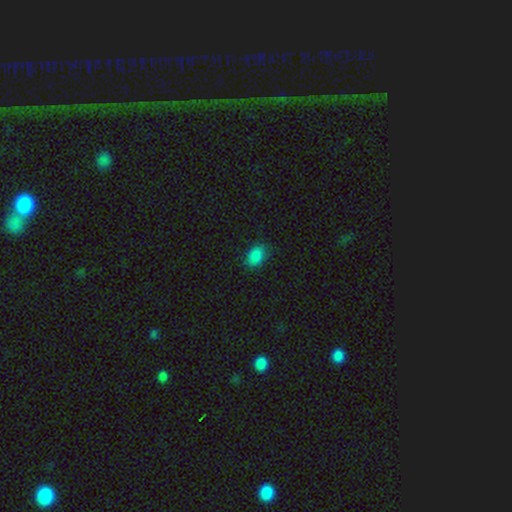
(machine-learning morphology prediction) smooth-or-featured: smooth: 86% | star or artifact: 10% | featured or disk: 4%
  how-rounded: in between: 79% | round: 19% | cigar-shaped: 1%
  merging: none: 78% | minor disturbance: 17% | major disturbance: 4% | merger: 1%